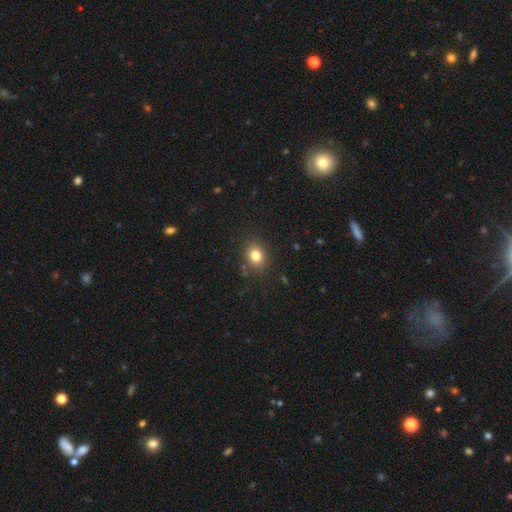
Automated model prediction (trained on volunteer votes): Smooth or featured?
  - smooth: 81% *
  - star or artifact: 12%
  - featured or disk: 7%
How rounded?
  - round: 59% *
  - in between: 40%
  - cigar-shaped: 1%
Merging?
  - none: 86% *
  - minor disturbance: 10%
  - major disturbance: 3%
  - merger: 2%